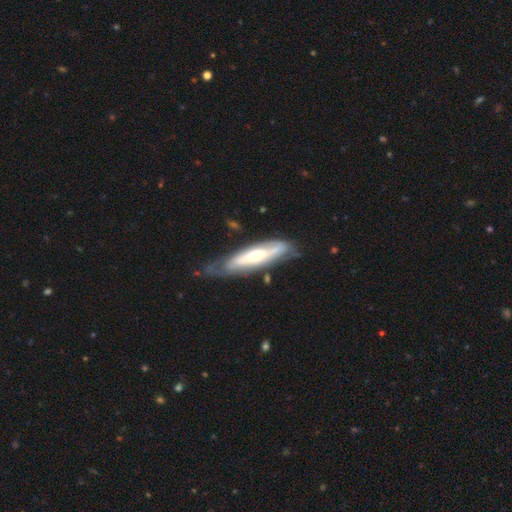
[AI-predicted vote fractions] smooth_or_featured: featured or disk (p=0.68) [alt: smooth p=0.27]
disk_edge_on: no (p=0.60) [alt: yes p=0.40]
merging: none (p=0.61) [alt: minor disturbance p=0.26]